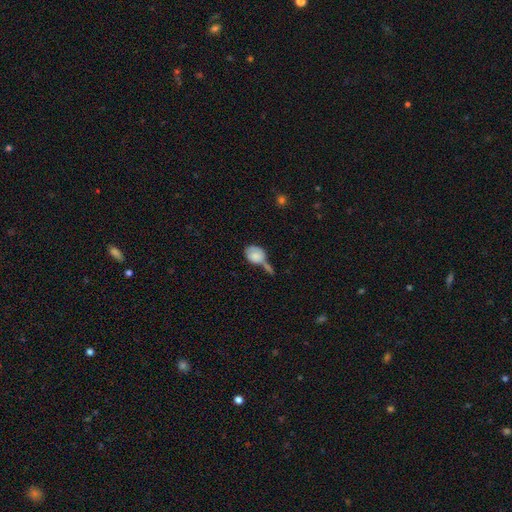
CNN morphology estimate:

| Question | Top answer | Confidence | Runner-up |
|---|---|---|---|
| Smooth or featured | smooth | 79% | featured or disk (14%) |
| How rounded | in between | 56% | round (43%) |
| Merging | merger | 38% | none (28%) |